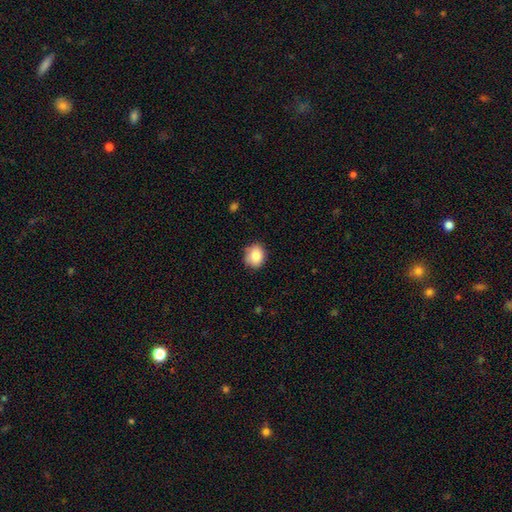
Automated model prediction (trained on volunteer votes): smooth-or-featured: smooth: 84% | star or artifact: 9% | featured or disk: 7%
  how-rounded: round: 65% | in between: 34% | cigar-shaped: 1%
  merging: none: 79% | minor disturbance: 17% | major disturbance: 3% | merger: 1%